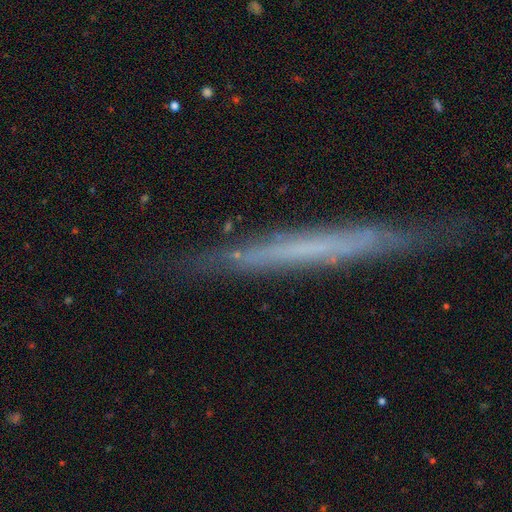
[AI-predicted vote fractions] This appears to be a featured or disk galaxy (58%) viewed edge-on (92%) with no central bulge (89%). Merging: none (81%).